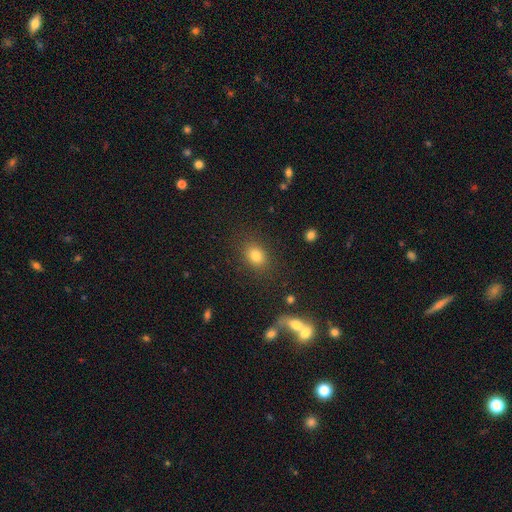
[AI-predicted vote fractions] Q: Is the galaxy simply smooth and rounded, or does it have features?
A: smooth — 80%.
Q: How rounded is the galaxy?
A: in between — 61%.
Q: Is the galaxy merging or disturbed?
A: none — 84%.